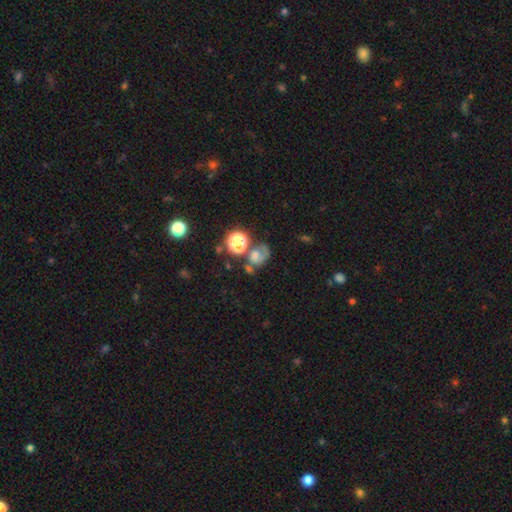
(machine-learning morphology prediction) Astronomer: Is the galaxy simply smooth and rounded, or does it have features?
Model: smooth — 53%.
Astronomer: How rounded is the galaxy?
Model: round — 56% (runner-up: in between, 43%).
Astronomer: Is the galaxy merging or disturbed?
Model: none — 37% (runner-up: merger, 24%).